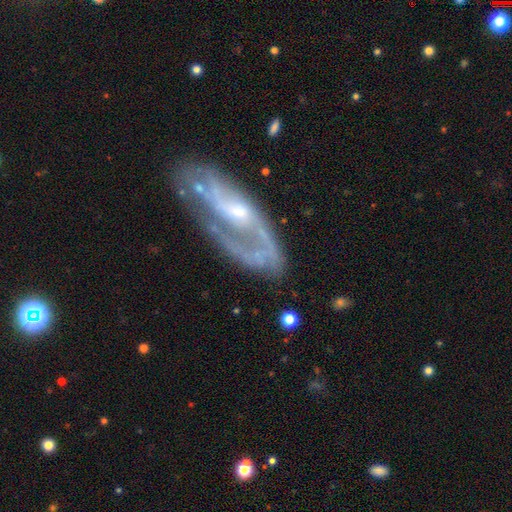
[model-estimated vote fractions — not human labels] featured or disk 83%, smooth 11%, star or artifact 6%. Down the decision tree: edge-on disk — no (90%); bar — no (52%); spiral arms — yes (89%); spiral arm count — 2 (48%); spiral winding — medium (43%); bulge size — small (49%); merging — none (53%).